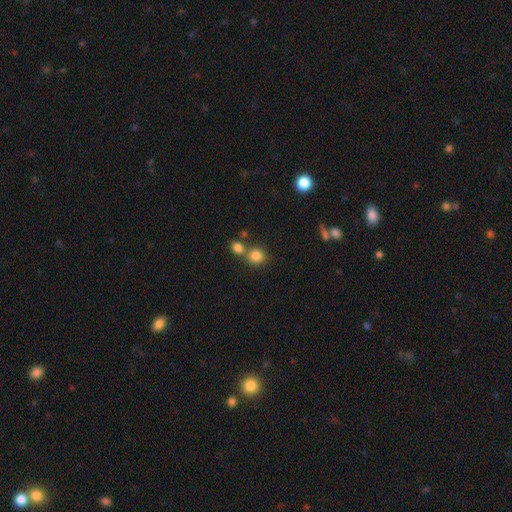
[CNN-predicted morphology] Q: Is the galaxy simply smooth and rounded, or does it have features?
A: smooth — 82%.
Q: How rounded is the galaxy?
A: round — 81%.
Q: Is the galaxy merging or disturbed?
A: none — 54%.